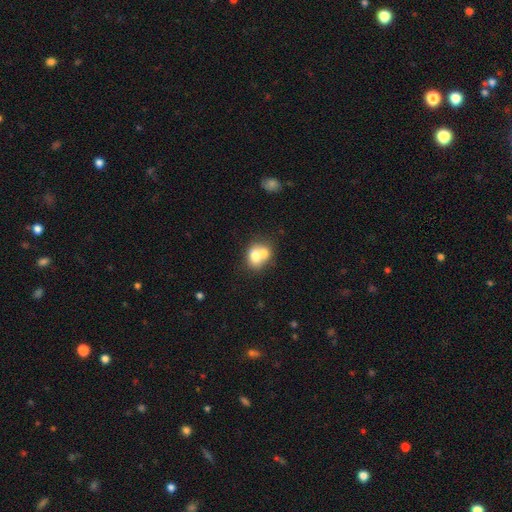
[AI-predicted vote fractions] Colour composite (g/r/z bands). It shows a smooth galaxy with no disk features (68%) that is round (52%). Merging: merger (63%).